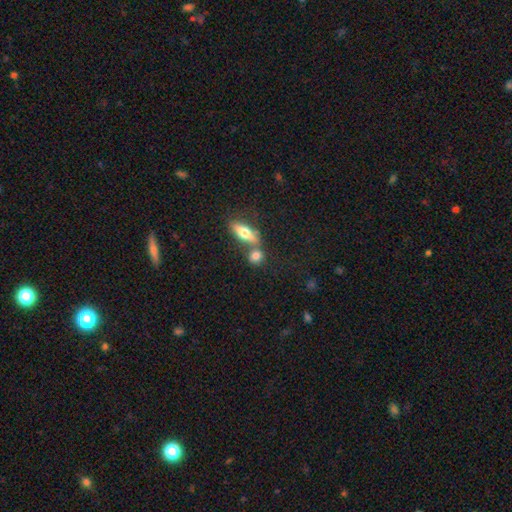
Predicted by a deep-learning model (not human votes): smooth-or-featured: smooth: 74% | featured or disk: 17% | star or artifact: 9%
  how-rounded: round: 54% | in between: 33% | cigar-shaped: 12%
  merging: none: 54% | merger: 33% | minor disturbance: 9% | major disturbance: 4%